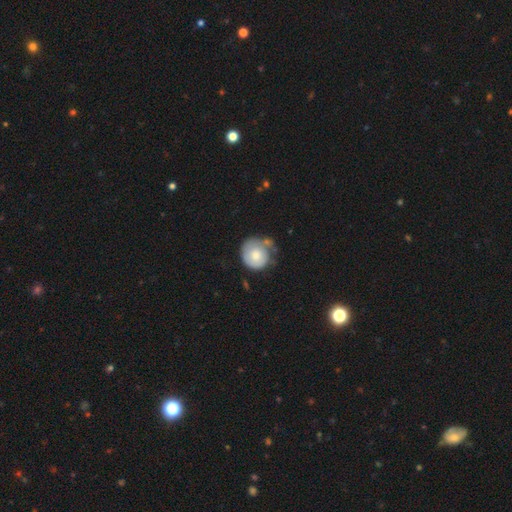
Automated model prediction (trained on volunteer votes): Q: Smooth or featured?
A: smooth (65%); runner-up: featured or disk (29%)
Q: How rounded?
A: round (88%); runner-up: in between (11%)
Q: Merging?
A: none (50%); runner-up: minor disturbance (28%)